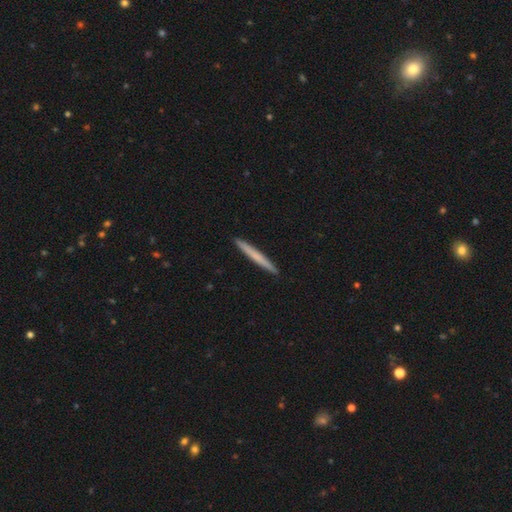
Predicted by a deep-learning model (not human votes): A smooth galaxy with no disk features (62%) that is cigar-shaped (97%). Merging: none (93%).